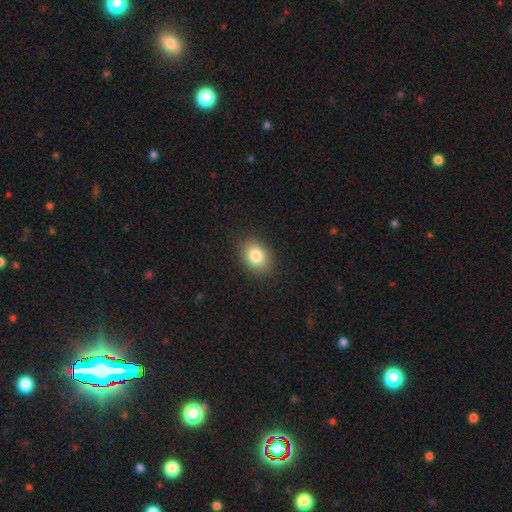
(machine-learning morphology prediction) Q: Smooth or featured?
A: smooth (83%); runner-up: star or artifact (9%)
Q: How rounded?
A: in between (68%); runner-up: round (31%)
Q: Merging?
A: none (88%); runner-up: minor disturbance (9%)